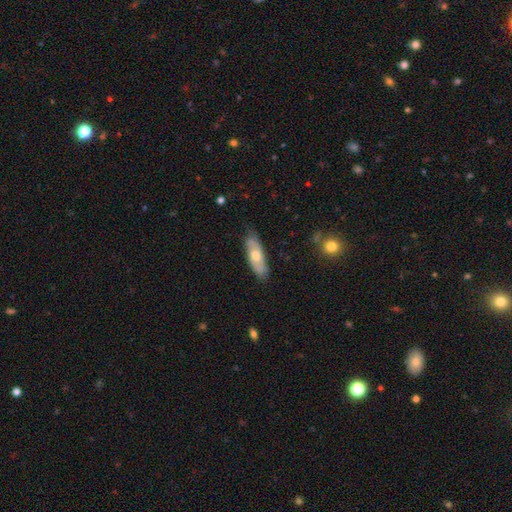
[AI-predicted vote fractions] Smooth or featured? smooth (47%, tied with featured or disk)
Merging? none (76%)